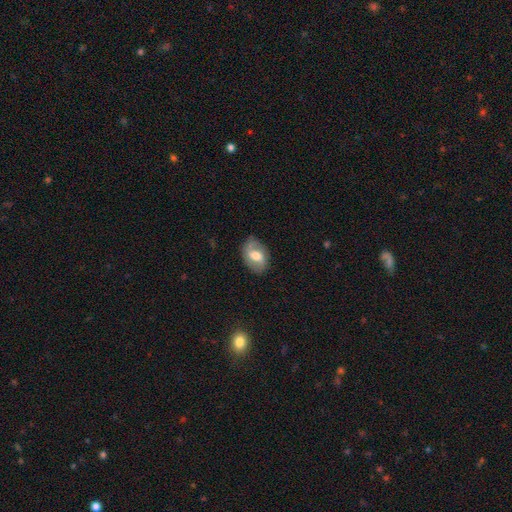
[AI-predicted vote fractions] Smooth or featured?
  - featured or disk: 48% *
  - smooth: 45%
  - star or artifact: 7%
Merging?
  - none: 74% *
  - minor disturbance: 18%
  - major disturbance: 6%
  - merger: 1%